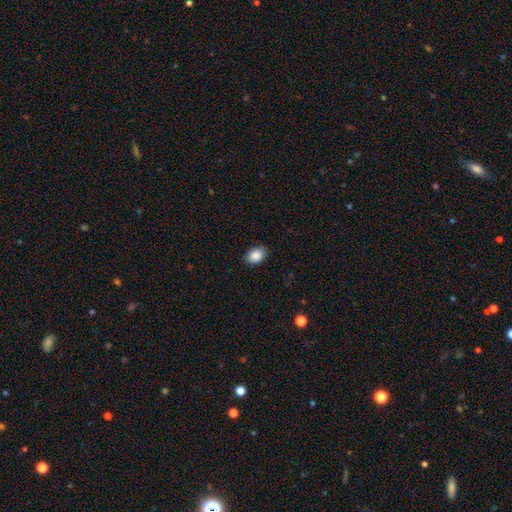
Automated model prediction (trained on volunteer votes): smooth 88%, star or artifact 8%, featured or disk 4%. Down the decision tree: how rounded — in between (75%); merging — none (84%).